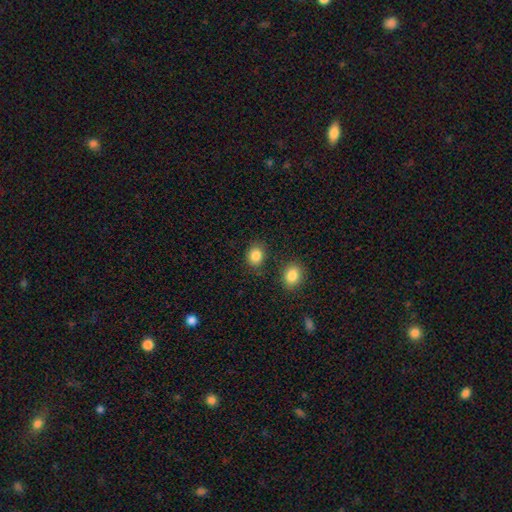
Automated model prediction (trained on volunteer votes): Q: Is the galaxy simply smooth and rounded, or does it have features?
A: smooth — 86%.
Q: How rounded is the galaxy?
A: round — 63%.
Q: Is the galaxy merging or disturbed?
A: none — 80%.